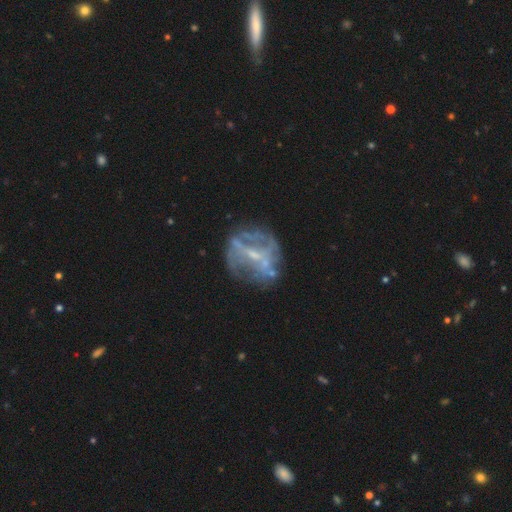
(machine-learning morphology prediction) Smooth or featured? featured or disk (70%)
Edge-on disk? no (94%)
Bar? weak (37%)
Spiral arms? no (65%)
Bulge size? small (60%)
Merging? none (59%)